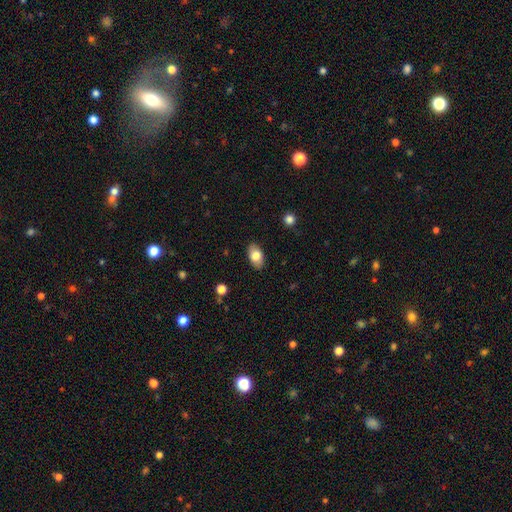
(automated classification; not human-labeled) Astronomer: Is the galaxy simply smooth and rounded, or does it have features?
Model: smooth — 80%.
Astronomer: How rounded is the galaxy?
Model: in between — 91%.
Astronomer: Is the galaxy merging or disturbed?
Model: none — 87%.